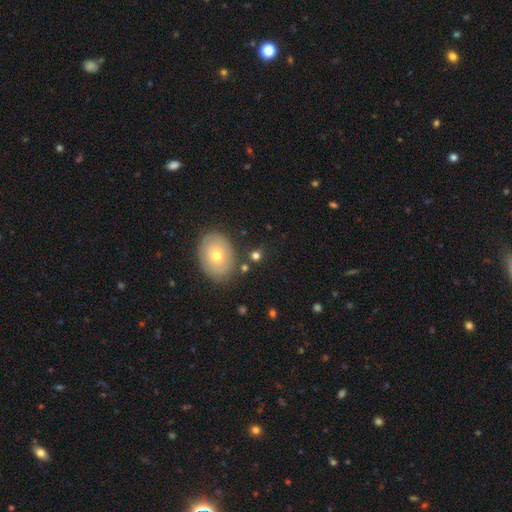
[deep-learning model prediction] smooth-or-featured: smooth: 68% | featured or disk: 19% | star or artifact: 14%
  how-rounded: round: 65% | in between: 34% | cigar-shaped: 2%
  merging: none: 76% | minor disturbance: 12% | merger: 7% | major disturbance: 5%